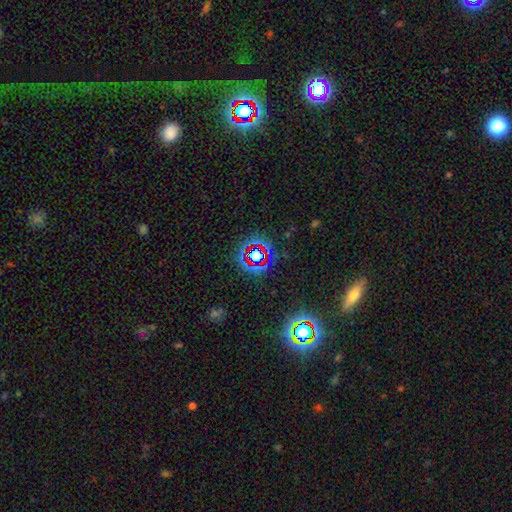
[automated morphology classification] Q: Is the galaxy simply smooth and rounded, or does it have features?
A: star or artifact — 71%.